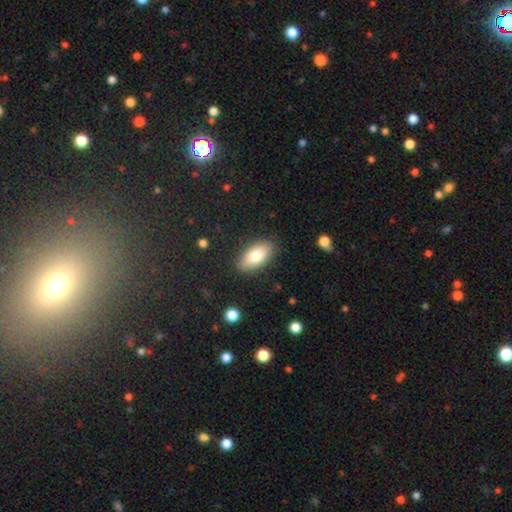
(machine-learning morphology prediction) Overall: smooth (79%). How rounded: in between (91%). Merging: none (86%).